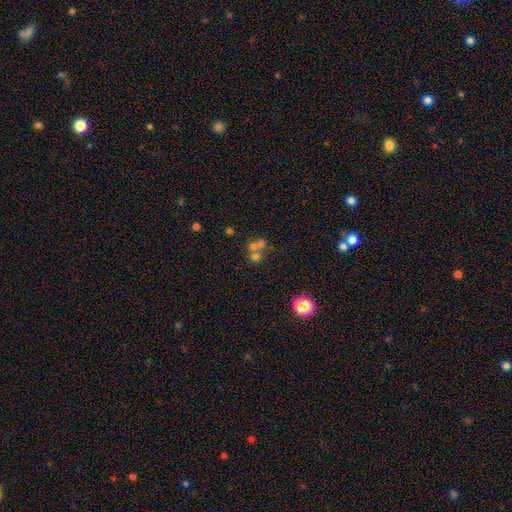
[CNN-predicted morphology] The model was most divided on "merging": merger: 50%, none: 38%, minor disturbance: 7%, major disturbance: 5%. Remaining: smooth or featured — smooth (47%).